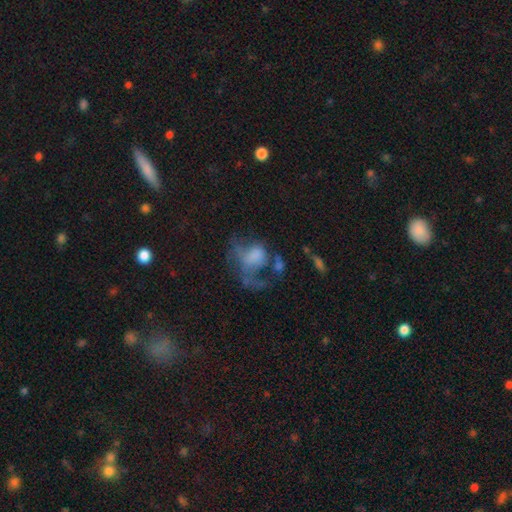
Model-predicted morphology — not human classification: smooth-or-featured: featured or disk: 47% | smooth: 38% | star or artifact: 15%
  merging: major disturbance: 52% | none: 24% | minor disturbance: 14% | merger: 10%